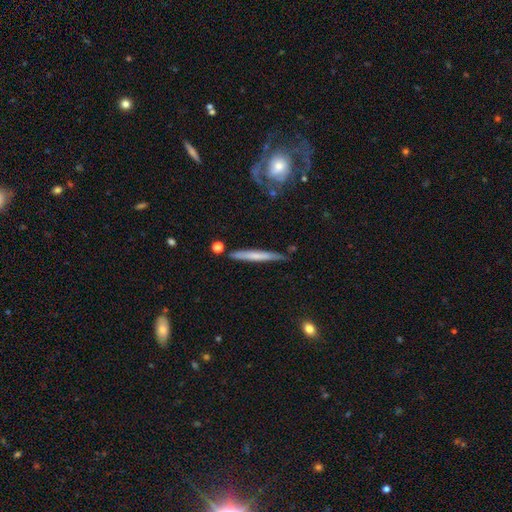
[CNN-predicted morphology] smooth-or-featured: smooth: 50% | featured or disk: 45% | star or artifact: 5%
  merging: none: 82% | minor disturbance: 12% | merger: 3% | major disturbance: 3%